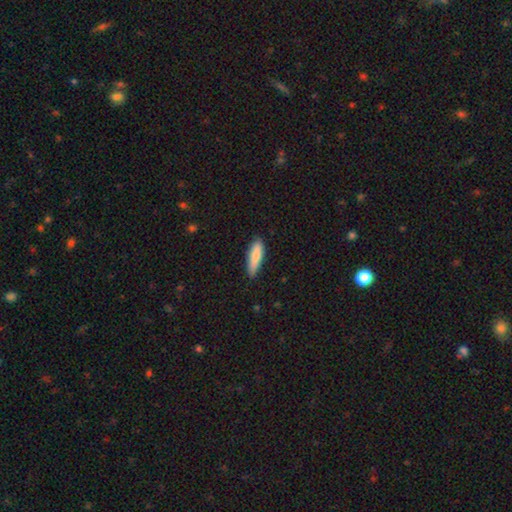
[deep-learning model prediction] Smooth or featured? smooth (82%)
How rounded? cigar-shaped (61%)
Merging? none (82%)